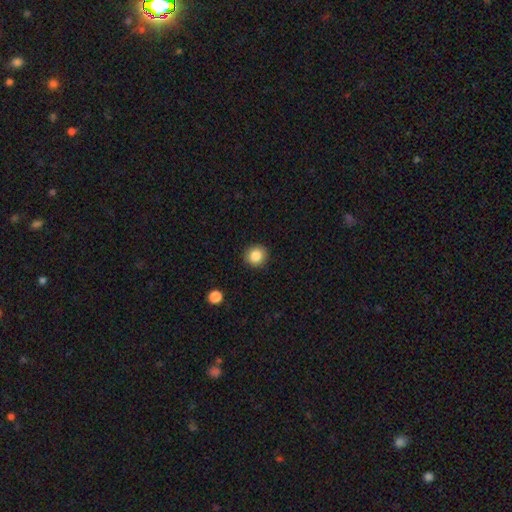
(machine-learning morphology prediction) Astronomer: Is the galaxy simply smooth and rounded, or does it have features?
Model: smooth — 85%.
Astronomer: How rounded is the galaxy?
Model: round — 89%.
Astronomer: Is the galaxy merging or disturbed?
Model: none — 91%.